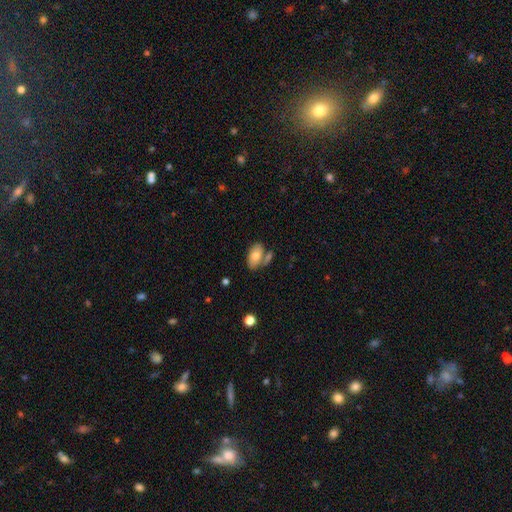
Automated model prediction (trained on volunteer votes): smooth 76%, featured or disk 18%, star or artifact 7%. Down the decision tree: how rounded — in between (93%); merging — none (51%).